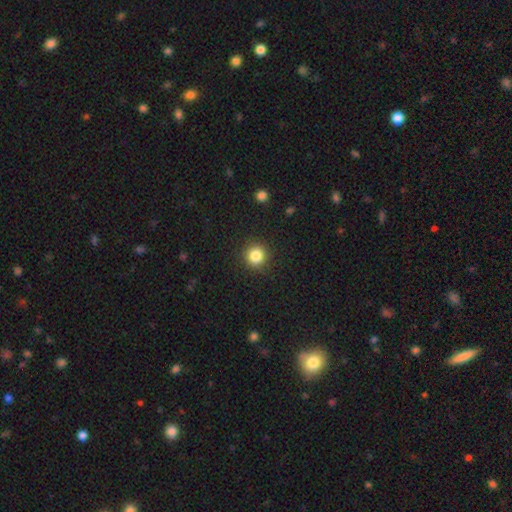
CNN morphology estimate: This appears to be a smooth galaxy with no disk features (84%) that is round (93%). Merging: none (91%).